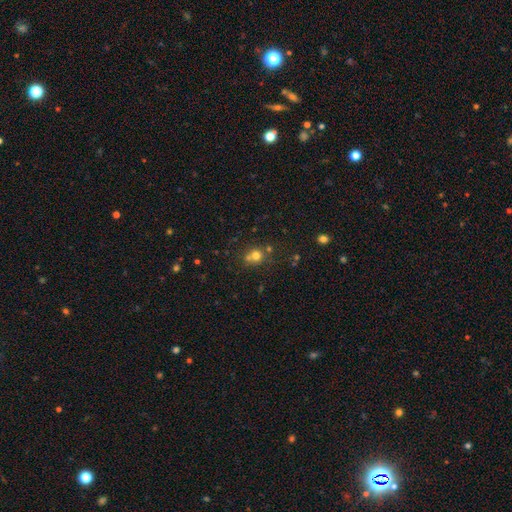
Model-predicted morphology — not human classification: This is likely a smooth galaxy (70%). How rounded: clearly round (84%). Merging: possibly none (58%).